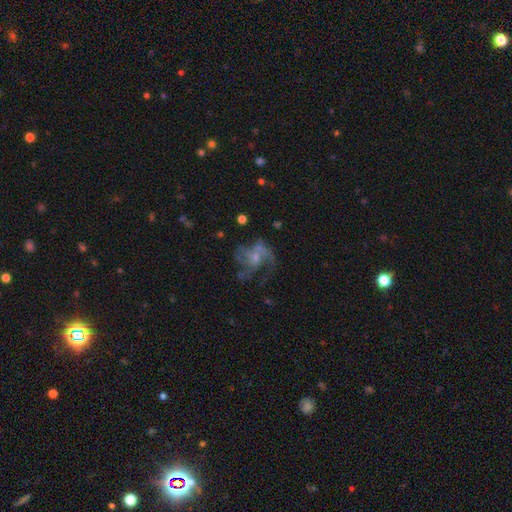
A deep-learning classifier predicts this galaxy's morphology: Smooth or featured? featured or disk (73%)
Edge-on disk? no (98%)
Bar? no (64%)
Spiral arms? yes (79%)
Spiral winding? medium (43%)
Spiral arm count? 3 (31%)
Bulge size? small (48%)
Merging? none (42%)